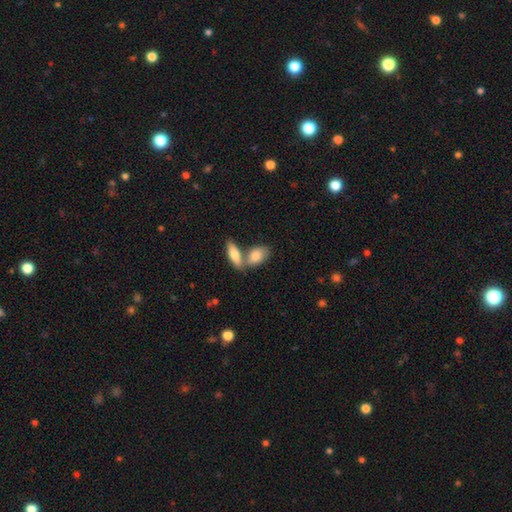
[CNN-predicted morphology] This appears to be a smooth galaxy with no disk features (80%) that is in between round and cigar-shaped (86%). Merging: merger (48%).